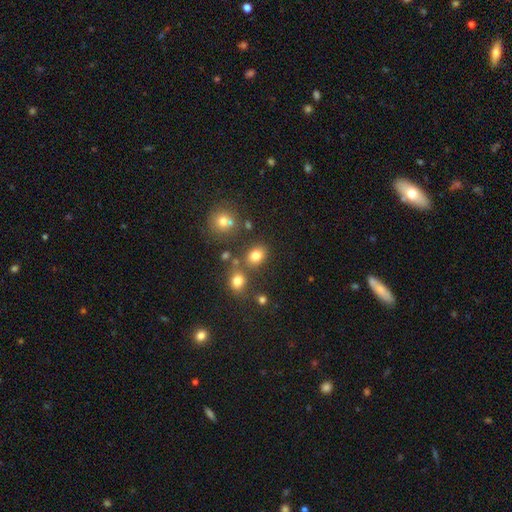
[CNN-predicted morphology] Overall: smooth (78%). How rounded: in between (57%; round 42%). Merging: none (71%).